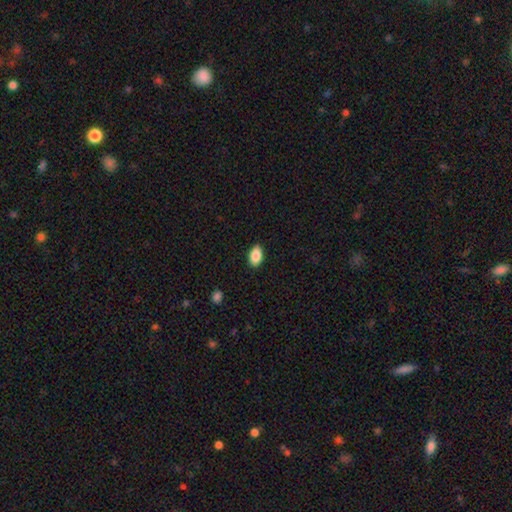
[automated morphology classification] type=smooth (88%); roundness=in between (92%); merging=none (88%).